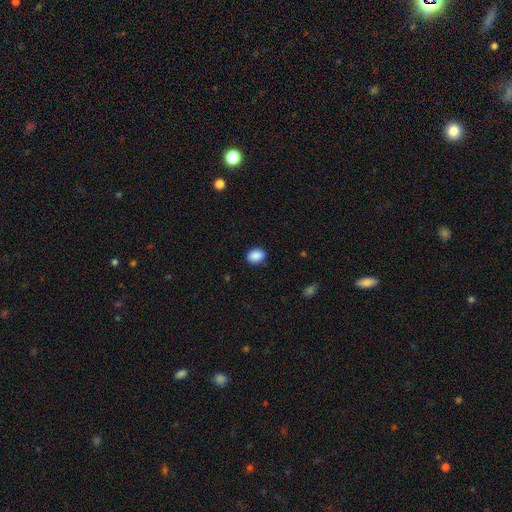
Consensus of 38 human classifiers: Q: Smooth or featured?
A: smooth (87%); runner-up: featured or disk (8%)
Q: How rounded?
A: in between (73%); runner-up: round (27%)
Q: Merging?
A: none (92%); runner-up: minor disturbance (8%)